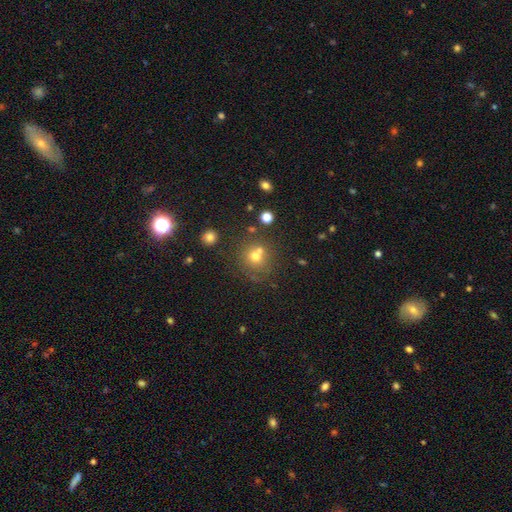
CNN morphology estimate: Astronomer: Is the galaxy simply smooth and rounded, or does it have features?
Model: smooth — 66%.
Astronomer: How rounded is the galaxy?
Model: round — 85%.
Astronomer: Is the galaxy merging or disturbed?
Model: none — 54% (runner-up: merger, 30%).